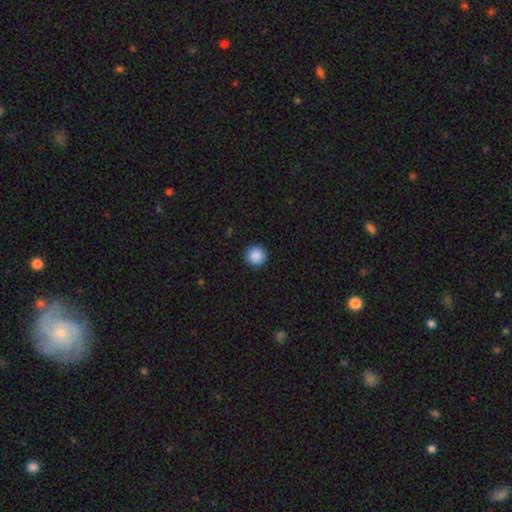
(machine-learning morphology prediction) smooth_or_featured: smooth (p=0.89) [alt: star or artifact p=0.08]
how_rounded: round (p=0.96) [alt: in between p=0.03]
merging: none (p=0.93) [alt: minor disturbance p=0.04]